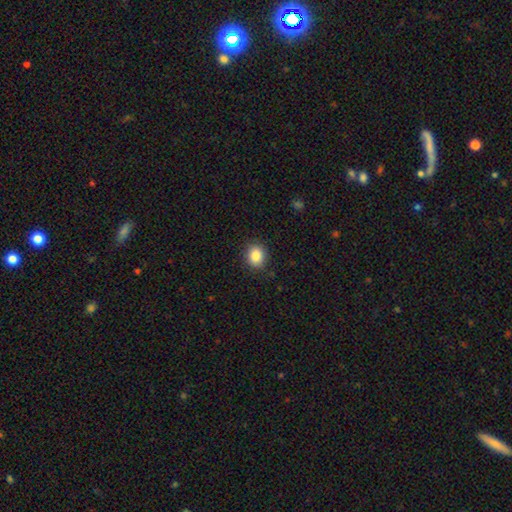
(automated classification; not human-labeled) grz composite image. It shows a smooth galaxy with no disk features (86%) that is round (63%). Merging: none (88%).